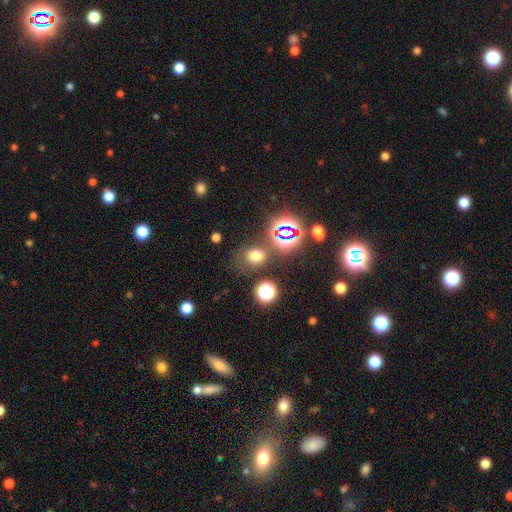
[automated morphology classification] A smooth galaxy with no disk features (64%) that is round (57%). Merging: none (69%).